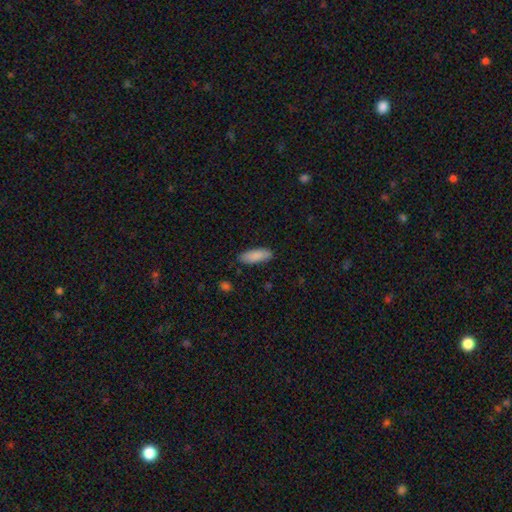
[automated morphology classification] Overall: smooth (88%). How rounded: in between (69%; cigar-shaped 30%). Merging: none (84%).